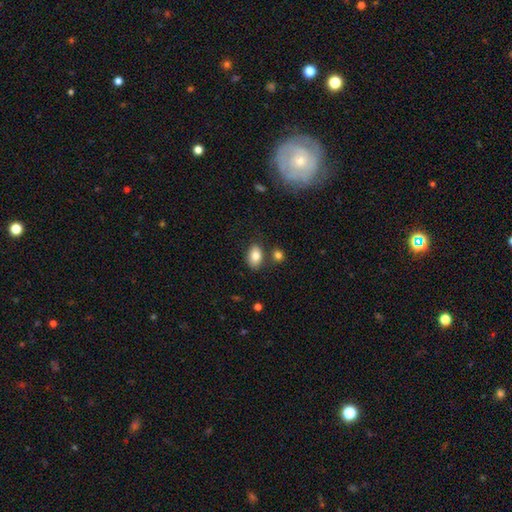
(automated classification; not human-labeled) smooth 82%, featured or disk 10%, star or artifact 8%. Down the decision tree: how rounded — in between (89%); merging — none (75%).